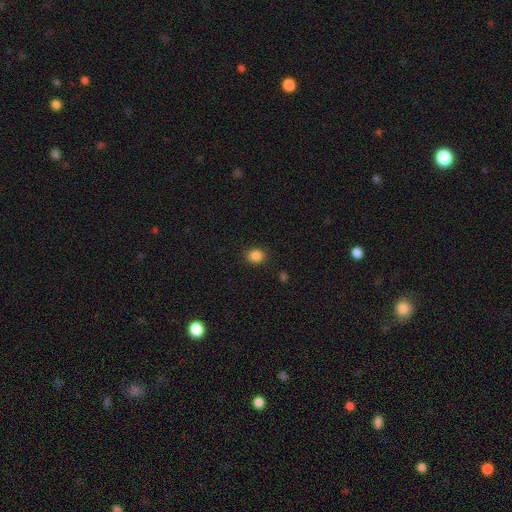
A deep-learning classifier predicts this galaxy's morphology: smooth_or_featured: smooth (p=0.86) [alt: star or artifact p=0.11]
how_rounded: round (p=0.70) [alt: in between p=0.30]
merging: none (p=0.89) [alt: minor disturbance p=0.07]